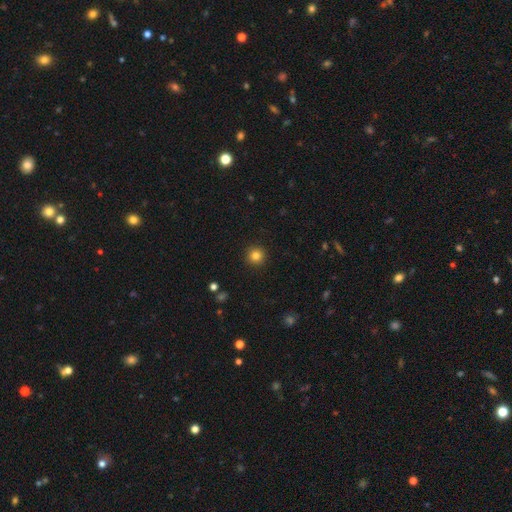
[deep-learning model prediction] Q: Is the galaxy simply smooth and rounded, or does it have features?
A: smooth — 82%.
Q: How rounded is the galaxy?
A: round — 95%.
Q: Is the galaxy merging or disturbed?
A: none — 93%.